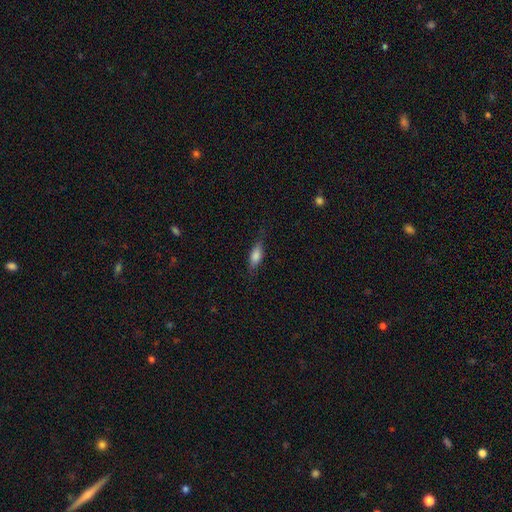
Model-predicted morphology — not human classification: Smooth or featured?
  - smooth: 74% *
  - featured or disk: 18%
  - star or artifact: 7%
How rounded?
  - in between: 67% *
  - cigar-shaped: 30%
  - round: 3%
Merging?
  - none: 74% *
  - minor disturbance: 19%
  - major disturbance: 5%
  - merger: 1%